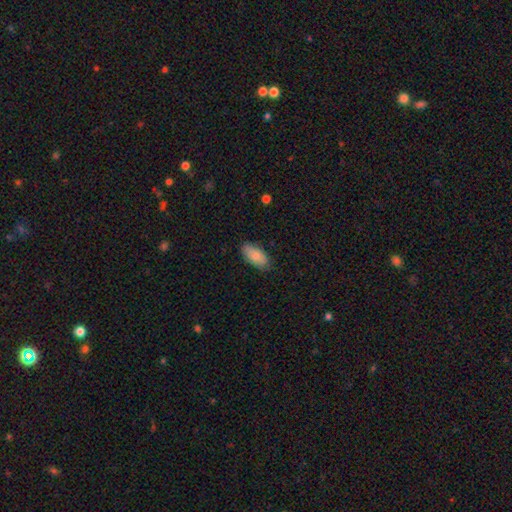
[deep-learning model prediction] The model was most divided on "merging": none: 81%, minor disturbance: 15%, major disturbance: 3%, merger: 1%. More confident: how rounded — in between (92%); smooth or featured — smooth (83%).